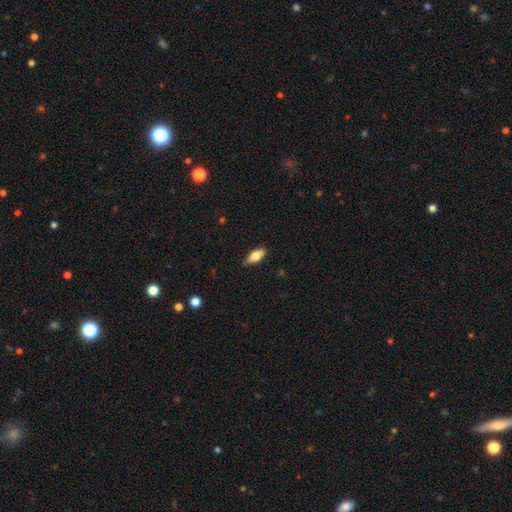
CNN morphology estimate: The model was most divided on "smooth or featured": smooth: 69%, featured or disk: 25%, star or artifact: 7%. More confident: merging — none (81%); how rounded — in between (77%).